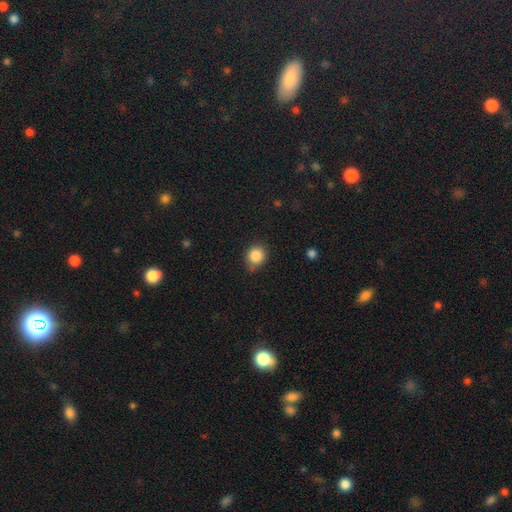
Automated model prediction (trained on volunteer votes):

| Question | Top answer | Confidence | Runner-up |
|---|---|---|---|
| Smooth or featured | smooth | 86% | star or artifact (10%) |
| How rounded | round | 83% | in between (17%) |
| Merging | none | 76% | minor disturbance (17%) |